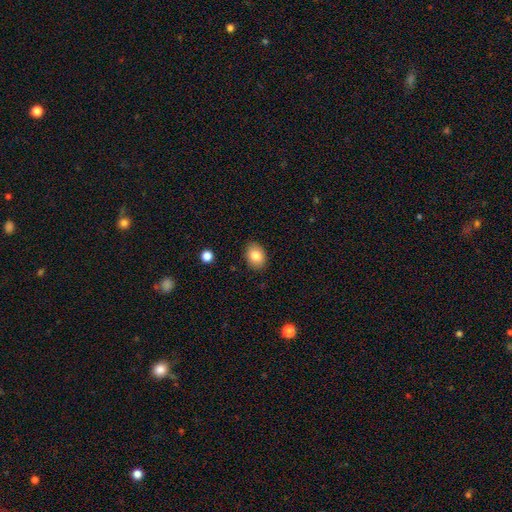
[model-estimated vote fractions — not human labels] Smooth or featured: smooth — 83% (featured or disk — 9%)
How rounded: in between — 70% (round — 29%)
Merging: none — 87% (minor disturbance — 9%)